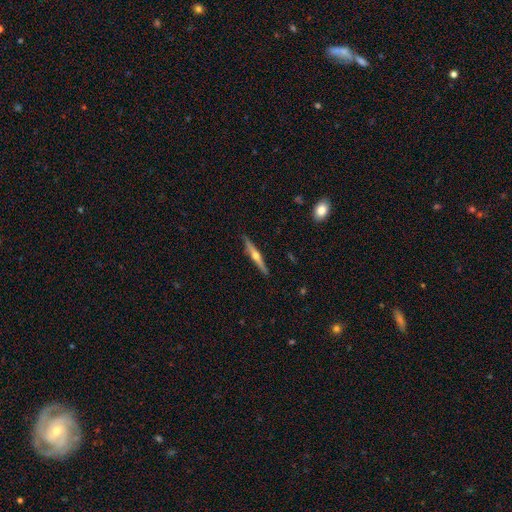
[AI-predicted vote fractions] smooth-or-featured: featured or disk: 71% | smooth: 23% | star or artifact: 6%
  disk-edge-on: yes: 98% | no: 2%
    edge-on-bulge: rounded: 92% | none: 6% | boxy: 3%
  merging: none: 89% | minor disturbance: 8% | major disturbance: 1% | merger: 1%